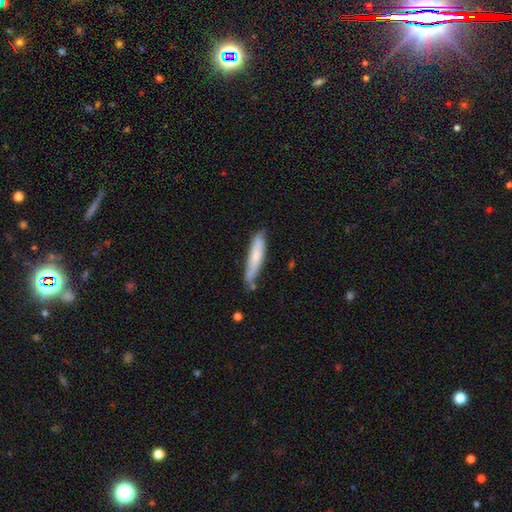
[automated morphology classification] Smooth or featured?
  - smooth: 69% *
  - featured or disk: 25%
  - star or artifact: 6%
How rounded?
  - cigar-shaped: 88% *
  - in between: 11%
  - round: 1%
Merging?
  - none: 71% *
  - minor disturbance: 21%
  - merger: 5%
  - major disturbance: 3%